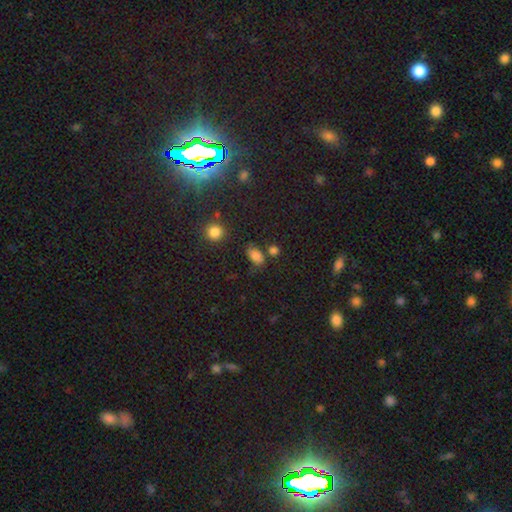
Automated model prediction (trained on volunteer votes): This appears to be a smooth galaxy with no disk features (79%) that is in between round and cigar-shaped (85%). Merging: none (63%).